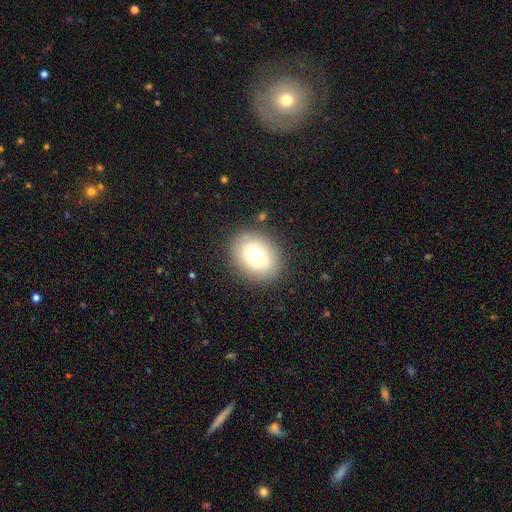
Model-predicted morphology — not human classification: Smooth or featured? smooth (74%)
How rounded? in between (56%)
Merging? none (85%)